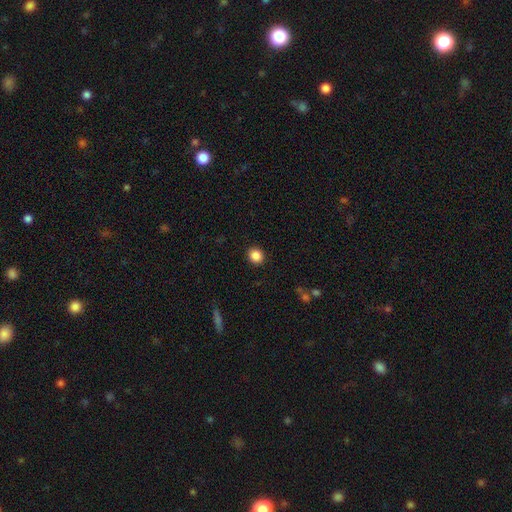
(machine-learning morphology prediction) A smooth galaxy with no disk features (86%) that is round (82%). Merging: none (91%).